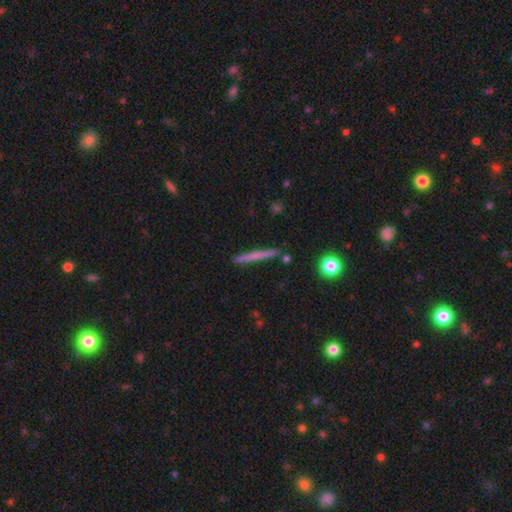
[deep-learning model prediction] This is possibly a smooth galaxy (55%). How rounded: clearly cigar-shaped (96%). Merging: clearly none (90%).